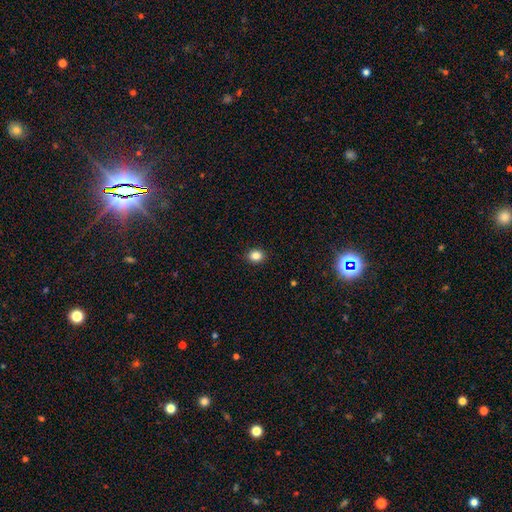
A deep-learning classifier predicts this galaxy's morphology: smooth 85%, star or artifact 11%, featured or disk 4%. Down the decision tree: how rounded — round (63%); merging — none (91%).